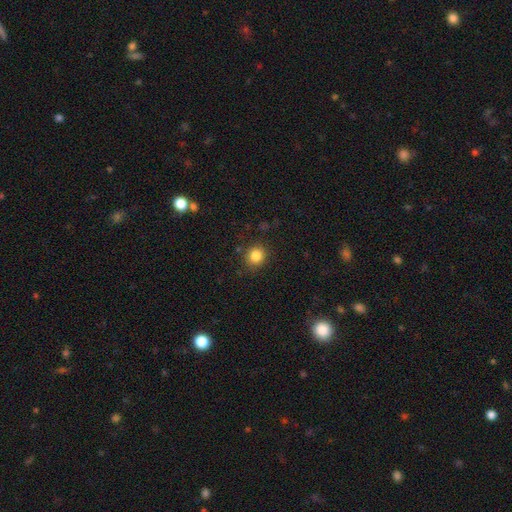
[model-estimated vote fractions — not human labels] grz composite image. It shows a smooth galaxy with no disk features (84%) that is round (86%). Merging: none (87%).